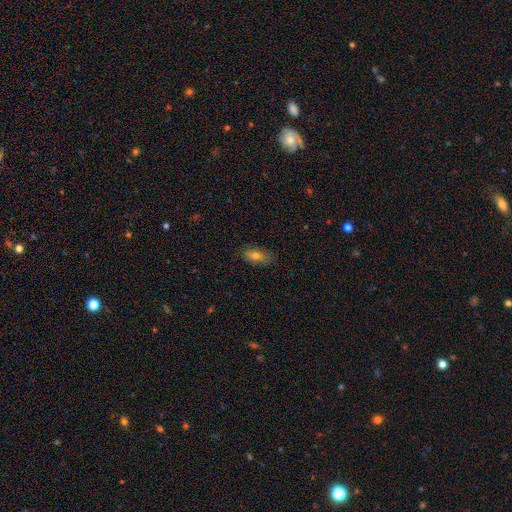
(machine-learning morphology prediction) smooth_or_featured: smooth (p=0.74) [alt: featured or disk p=0.17]
how_rounded: in between (p=0.83) [alt: cigar-shaped p=0.11]
merging: none (p=0.80) [alt: minor disturbance p=0.16]